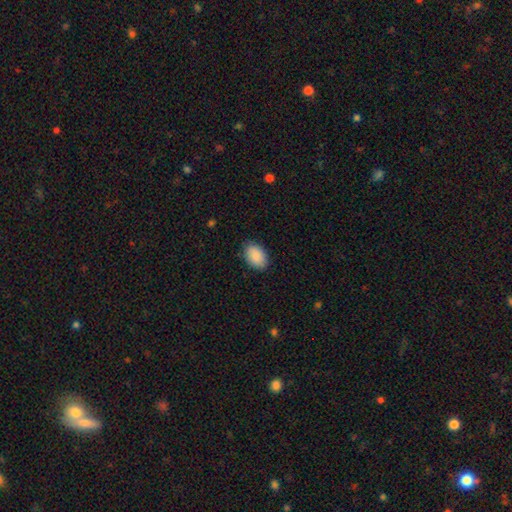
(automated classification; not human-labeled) Overall: smooth (89%). How rounded: in between (87%). Merging: none (85%).